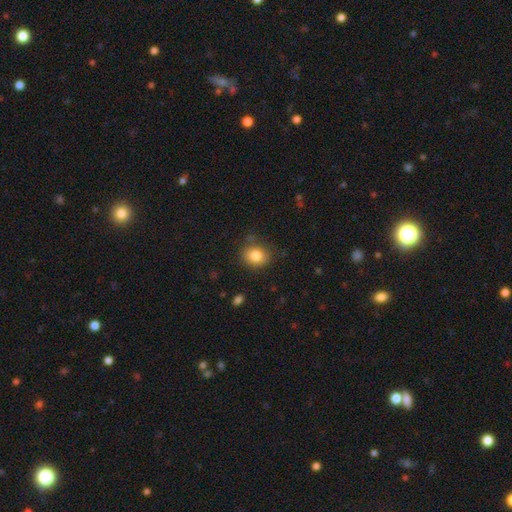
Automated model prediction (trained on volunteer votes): A smooth galaxy with no disk features (84%) that is round (63%).

Vote fractions:
- Smooth or featured? smooth: 84% / star or artifact: 10% / featured or disk: 7%
- How rounded? round: 63% / in between: 36% / cigar-shaped: 1%
- Merging? none: 79% / minor disturbance: 15% / major disturbance: 4% / merger: 2%